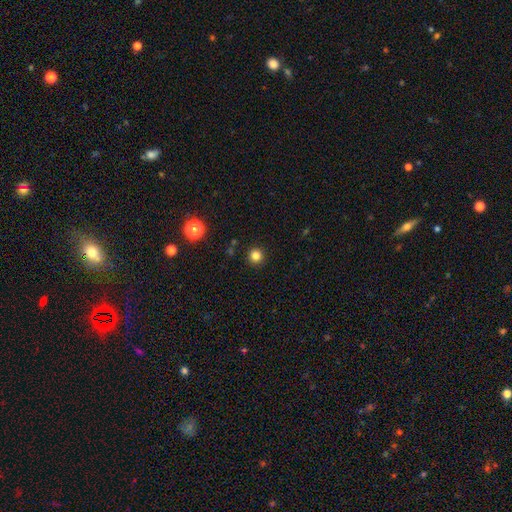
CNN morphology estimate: smooth-or-featured: smooth: 82% | star or artifact: 14% | featured or disk: 5%
  how-rounded: round: 96% | in between: 3% | cigar-shaped: 1%
  merging: none: 92% | minor disturbance: 5% | major disturbance: 2% | merger: 2%